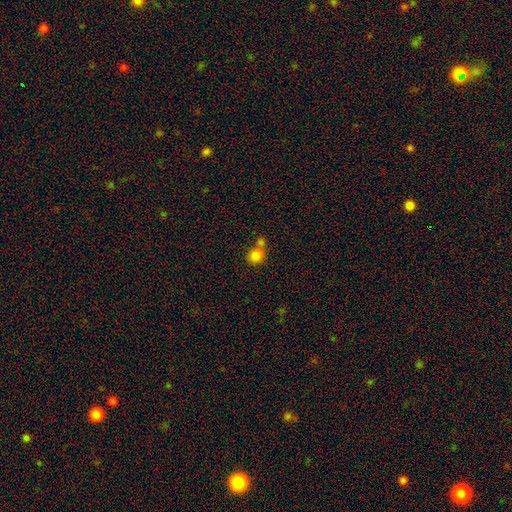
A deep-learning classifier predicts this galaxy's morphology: A smooth galaxy with no disk features (82%) that is round (71%). Merging: merger (46%).